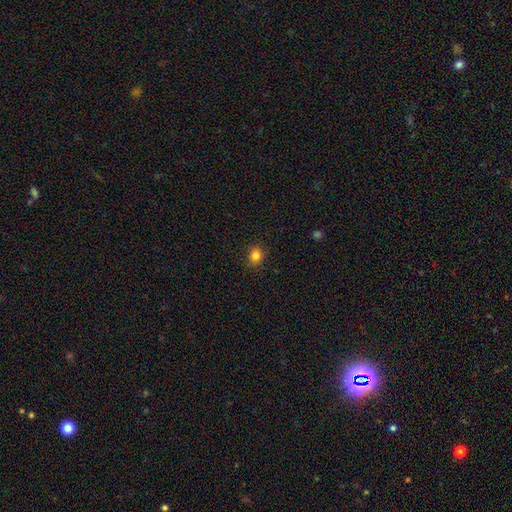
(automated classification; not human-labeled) This is clearly a smooth galaxy (83%). How rounded: likely round (73%). Merging: clearly none (88%).